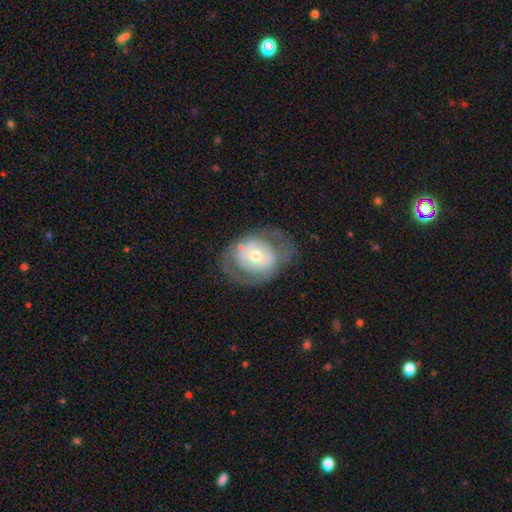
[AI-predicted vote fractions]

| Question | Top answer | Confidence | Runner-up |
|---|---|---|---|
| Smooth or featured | featured or disk | 59% | smooth (35%) |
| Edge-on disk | no | 95% | yes (5%) |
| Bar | no | 71% | weak (21%) |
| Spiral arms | no | 65% | yes (35%) |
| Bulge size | moderate | 62% | small (30%) |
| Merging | none | 59% | minor disturbance (21%) |